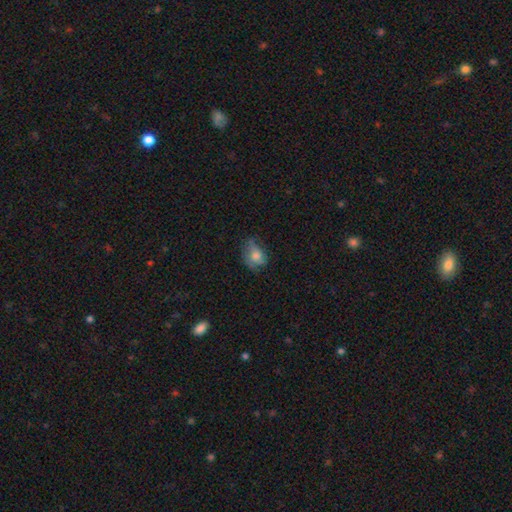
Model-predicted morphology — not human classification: This appears to be a smooth galaxy with no disk features (70%) that is in between round and cigar-shaped (62%). Merging: none (44%).